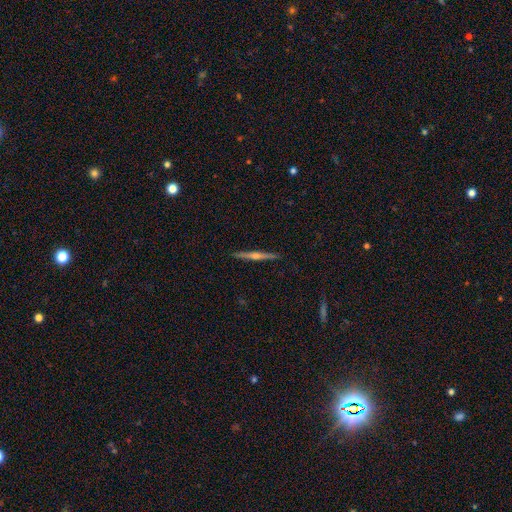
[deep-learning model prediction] Overall: featured or disk (77%). Edge-on disk: yes (98%). Edge-on bulge: rounded (85%). Merging: none (92%).